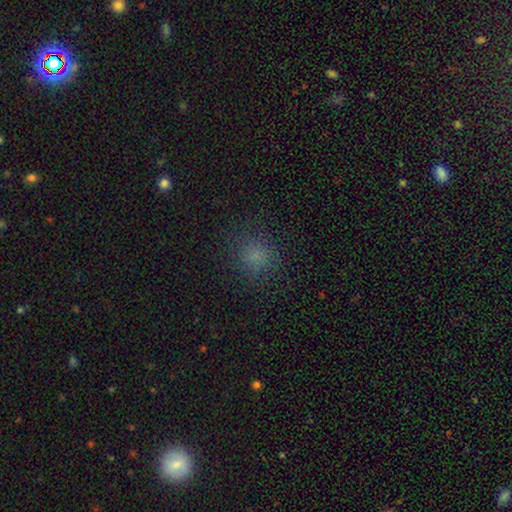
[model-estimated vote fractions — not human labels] Overall: smooth (75%). How rounded: round (84%). Merging: none (82%).